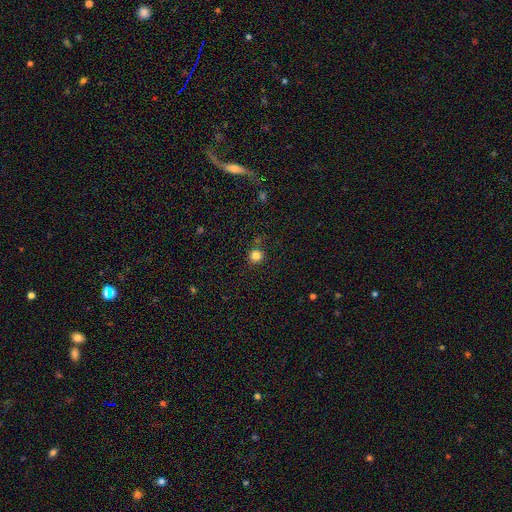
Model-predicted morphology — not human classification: Q: Smooth or featured?
A: smooth (82%); runner-up: star or artifact (14%)
Q: How rounded?
A: round (94%); runner-up: in between (5%)
Q: Merging?
A: none (87%); runner-up: minor disturbance (7%)